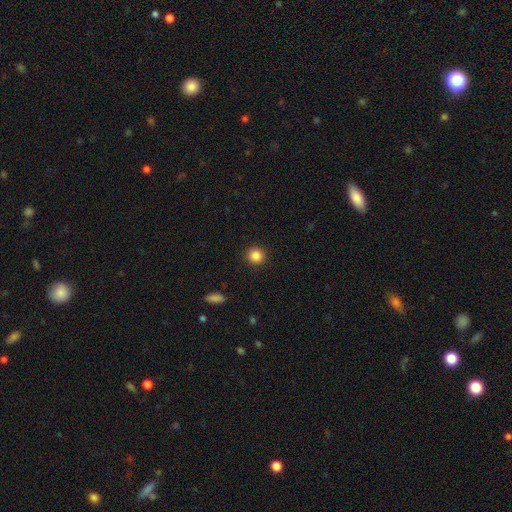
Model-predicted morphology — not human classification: Smooth or featured? smooth (86%)
How rounded? round (93%)
Merging? none (92%)